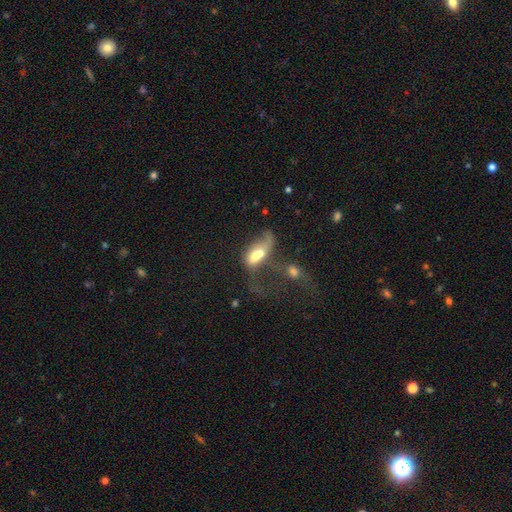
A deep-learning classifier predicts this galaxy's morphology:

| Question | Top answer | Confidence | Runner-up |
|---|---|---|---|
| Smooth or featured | smooth | 56% | featured or disk (34%) |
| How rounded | in between | 80% | cigar-shaped (10%) |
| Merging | merger | 66% | major disturbance (18%) |